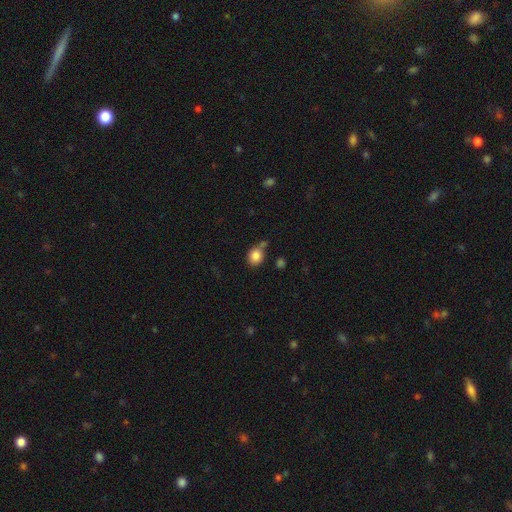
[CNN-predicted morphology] type=smooth (84%); roundness=round (72%); merging=none (61%).